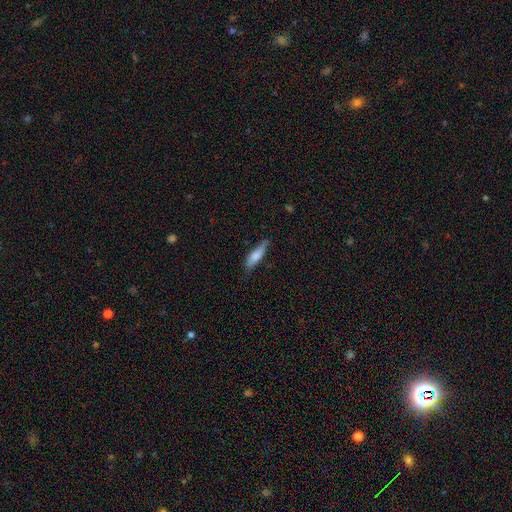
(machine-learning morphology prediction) This is likely a smooth galaxy (71%). How rounded: likely cigar-shaped (66%). Merging: likely none (68%).